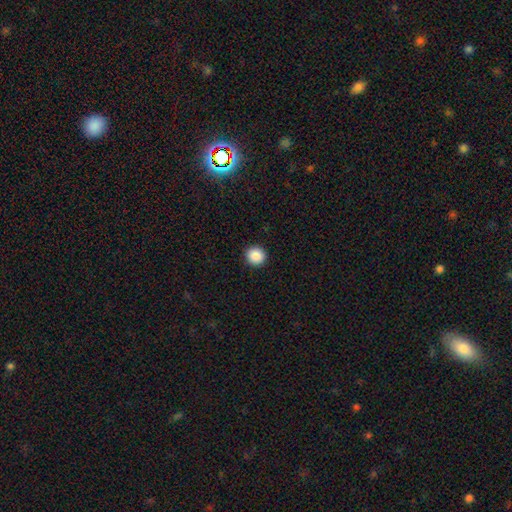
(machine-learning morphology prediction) smooth-or-featured: smooth: 88% | star or artifact: 9% | featured or disk: 3%
  how-rounded: round: 95% | in between: 5% | cigar-shaped: 1%
  merging: none: 93% | minor disturbance: 5% | major disturbance: 2% | merger: 1%